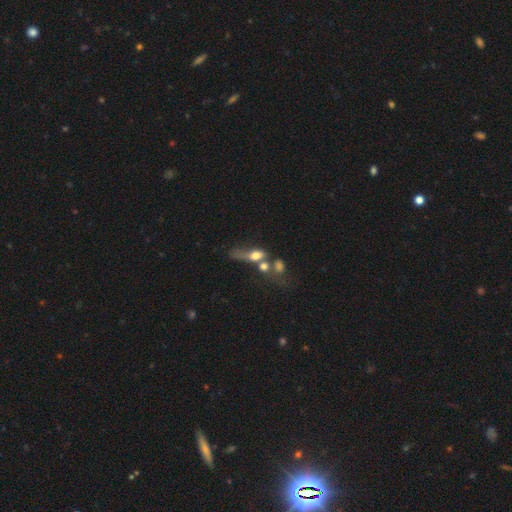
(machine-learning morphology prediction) A smooth galaxy with no disk features (56%) that is in between round and cigar-shaped (58%). Merging: merger (47%).